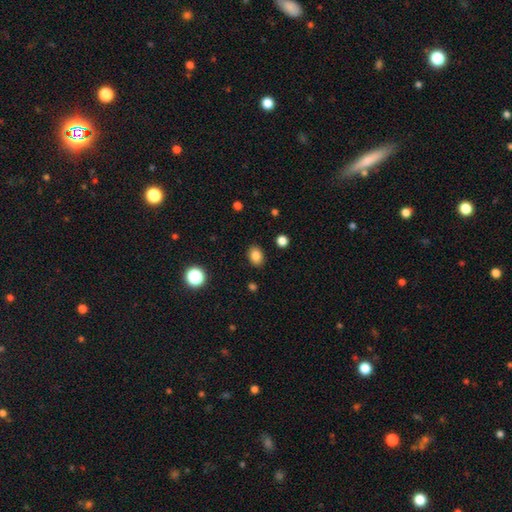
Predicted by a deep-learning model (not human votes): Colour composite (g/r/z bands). It shows a smooth galaxy with no disk features (84%) that is in between round and cigar-shaped (69%). Merging: none (88%).